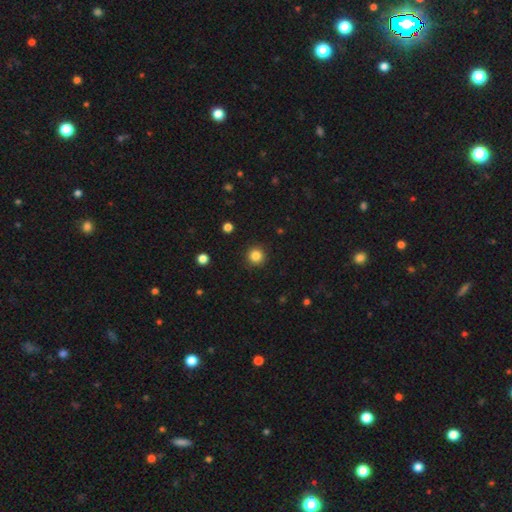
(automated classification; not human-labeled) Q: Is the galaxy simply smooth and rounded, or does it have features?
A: smooth — 84%.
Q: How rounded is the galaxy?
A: round — 95%.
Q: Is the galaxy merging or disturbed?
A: none — 92%.